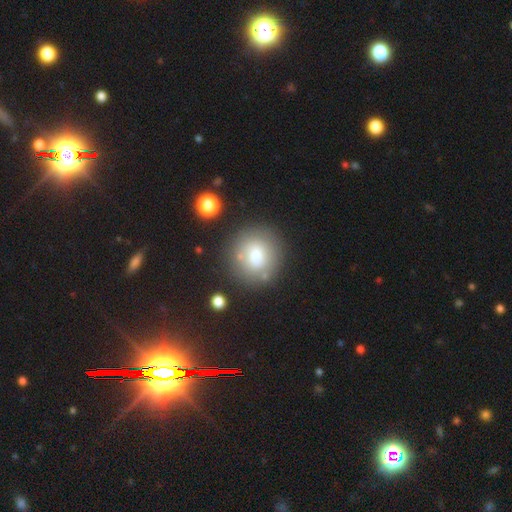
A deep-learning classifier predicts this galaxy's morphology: Smooth or featured?
  - smooth: 70% *
  - featured or disk: 18%
  - star or artifact: 12%
How rounded?
  - round: 91% *
  - in between: 8%
  - cigar-shaped: 1%
Merging?
  - none: 79% *
  - minor disturbance: 10%
  - merger: 7%
  - major disturbance: 4%